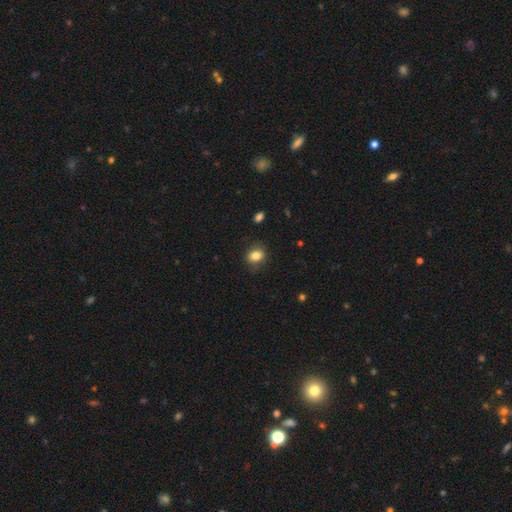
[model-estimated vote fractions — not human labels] Smooth or featured?
  - smooth: 83% *
  - star or artifact: 9%
  - featured or disk: 8%
How rounded?
  - in between: 61% *
  - round: 38%
  - cigar-shaped: 1%
Merging?
  - none: 79% *
  - minor disturbance: 16%
  - major disturbance: 4%
  - merger: 1%